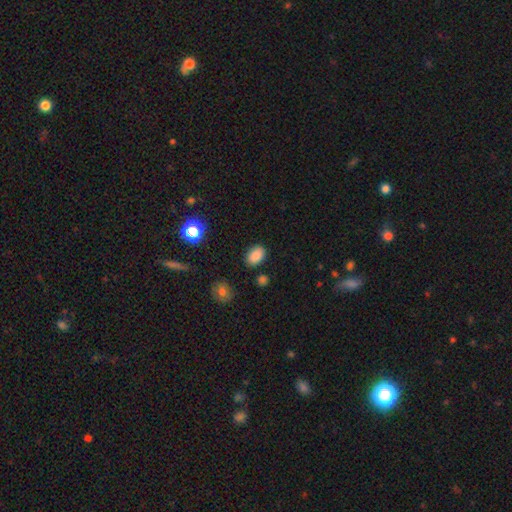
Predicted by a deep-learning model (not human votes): Overall: smooth (85%). How rounded: in between (82%). Merging: none (85%).